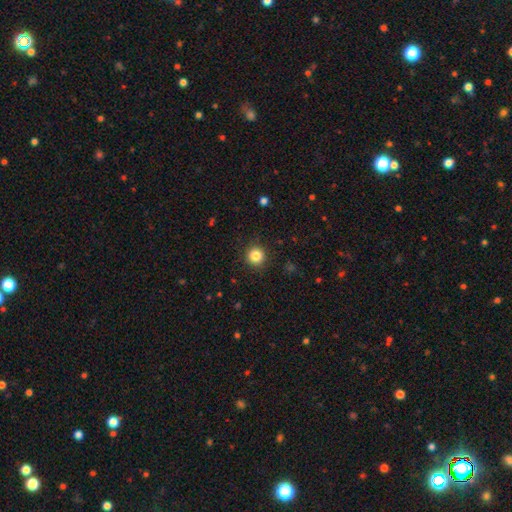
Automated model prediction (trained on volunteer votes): Smooth or featured? Predicted: smooth (p=0.84). How rounded? Predicted: round (p=0.95). Merging? Predicted: none (p=0.91).